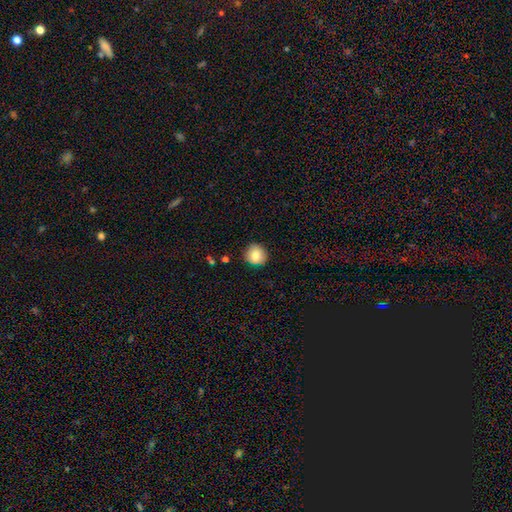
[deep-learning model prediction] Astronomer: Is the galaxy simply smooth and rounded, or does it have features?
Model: smooth — 83%.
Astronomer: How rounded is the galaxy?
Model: round — 92%.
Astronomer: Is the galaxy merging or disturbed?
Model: none — 88%.